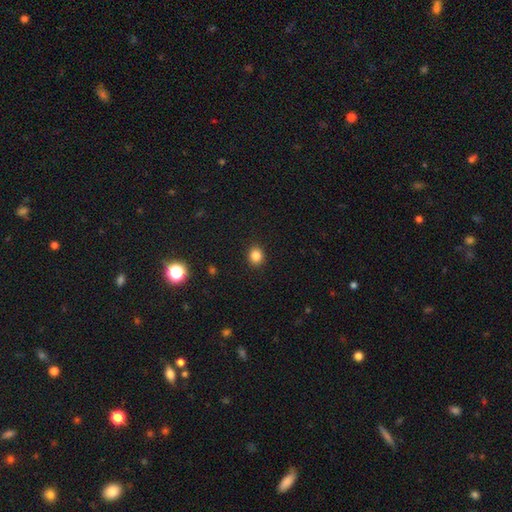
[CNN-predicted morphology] This is clearly a smooth galaxy (84%). How rounded: likely round (75%). Merging: clearly none (91%).